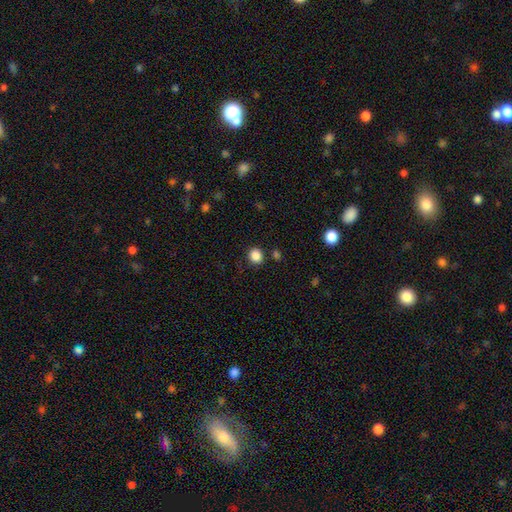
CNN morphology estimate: type=smooth (87%); roundness=round (81%); merging=none (87%).